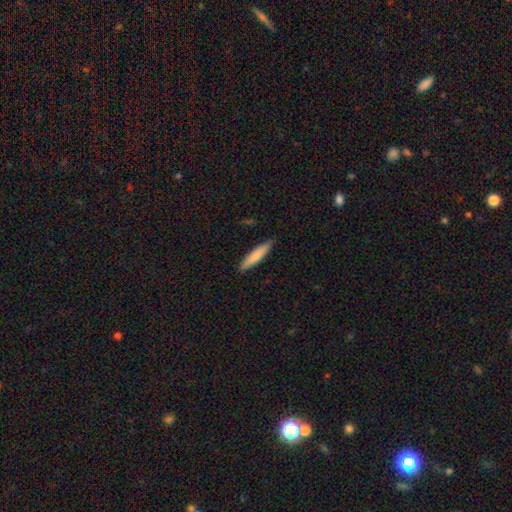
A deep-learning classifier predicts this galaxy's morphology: Smooth or featured?
  - smooth: 79% *
  - featured or disk: 16%
  - star or artifact: 5%
How rounded?
  - cigar-shaped: 87% *
  - in between: 12%
  - round: 1%
Merging?
  - none: 89% *
  - minor disturbance: 9%
  - major disturbance: 2%
  - merger: 1%